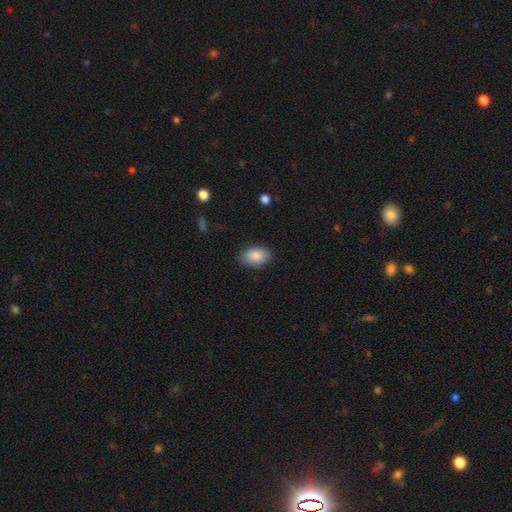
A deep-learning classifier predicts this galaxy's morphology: This appears to be a smooth galaxy with no disk features (88%) that is in between round and cigar-shaped (89%). Merging: none (84%).